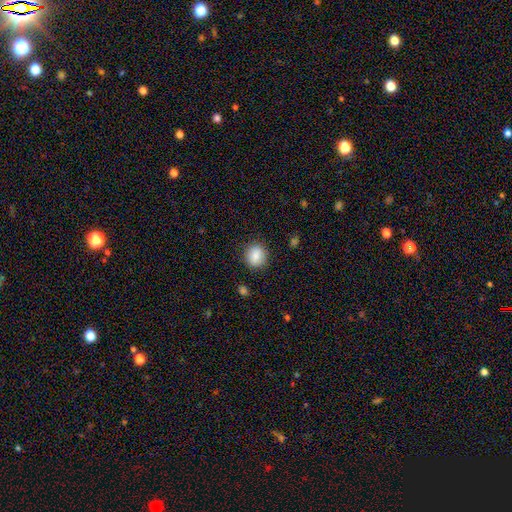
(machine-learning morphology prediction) The model was most divided on "how rounded": round: 71%, in between: 28%, cigar-shaped: 1%. More confident: smooth or featured — smooth (87%); merging — none (86%).